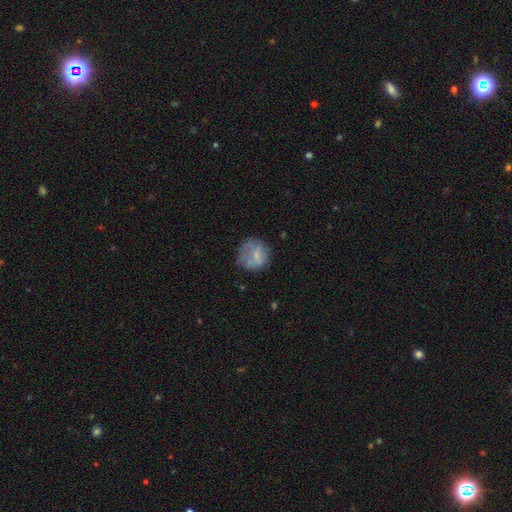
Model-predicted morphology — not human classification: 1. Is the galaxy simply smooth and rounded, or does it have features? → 67% smooth, 25% featured or disk, 8% star or artifact.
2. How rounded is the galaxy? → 83% round, 16% in between, 1% cigar-shaped.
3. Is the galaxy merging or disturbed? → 57% none, 24% minor disturbance, 16% major disturbance, 2% merger.